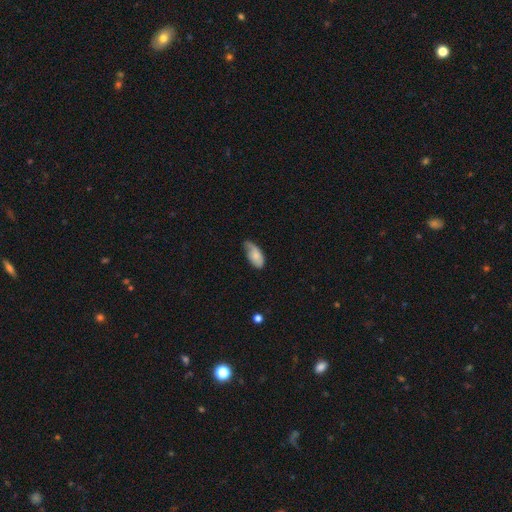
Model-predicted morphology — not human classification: Smooth or featured?
  - smooth: 69% *
  - featured or disk: 24%
  - star or artifact: 7%
How rounded?
  - in between: 91% *
  - cigar-shaped: 7%
  - round: 3%
Merging?
  - minor disturbance: 42% *
  - none: 41%
  - major disturbance: 15%
  - merger: 2%